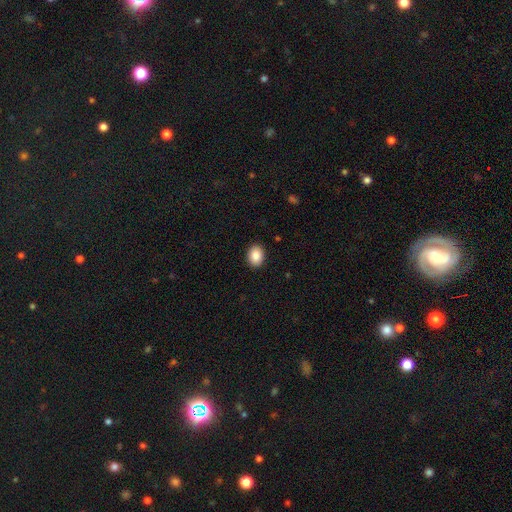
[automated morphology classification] smooth 88%, star or artifact 8%, featured or disk 4%. Down the decision tree: how rounded — in between (66%); merging — none (91%).